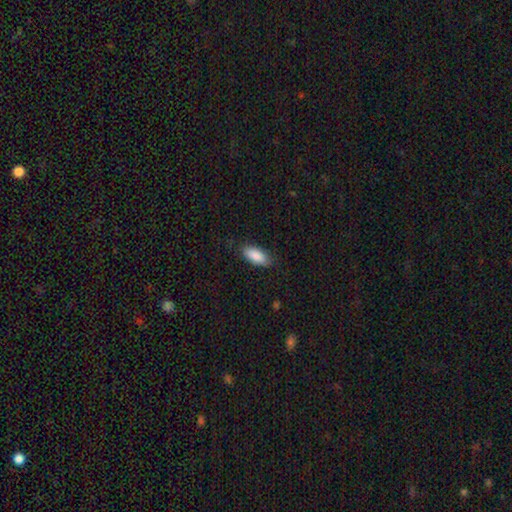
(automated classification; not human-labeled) Overall: smooth (88%). How rounded: in between (83%). Merging: none (81%).